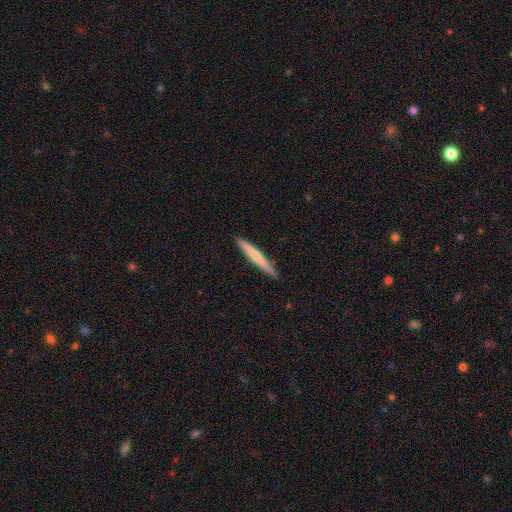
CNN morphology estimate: Smooth or featured: smooth — 58% (featured or disk — 37%)
How rounded: cigar-shaped — 96% (in between — 3%)
Merging: none — 90% (minor disturbance — 7%)